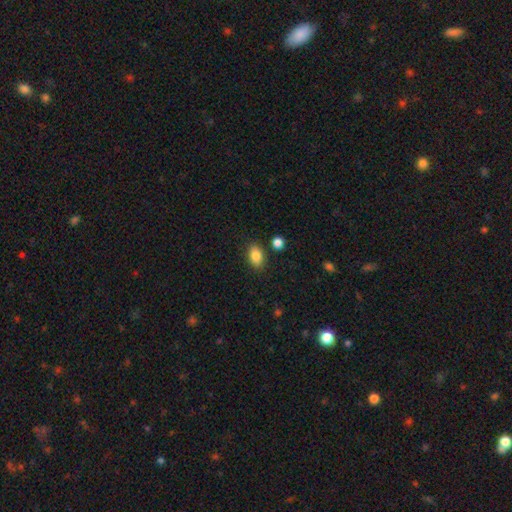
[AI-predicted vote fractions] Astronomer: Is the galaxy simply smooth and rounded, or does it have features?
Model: smooth — 86%.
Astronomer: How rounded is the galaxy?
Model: in between — 83%.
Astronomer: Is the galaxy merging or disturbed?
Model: none — 83%.